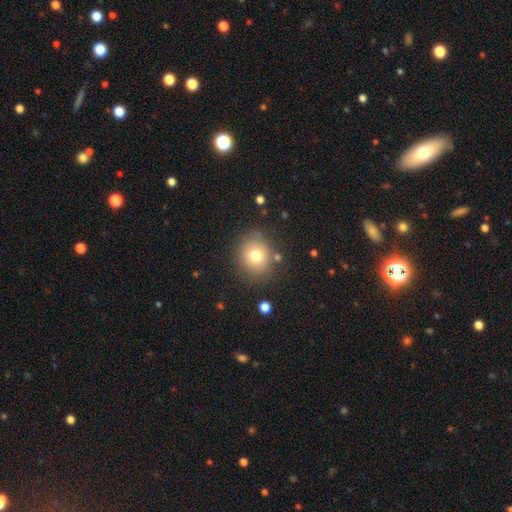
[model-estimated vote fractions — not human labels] smooth_or_featured: smooth (p=0.76) [alt: featured or disk p=0.13]
how_rounded: round (p=0.73) [alt: in between p=0.26]
merging: none (p=0.78) [alt: minor disturbance p=0.13]